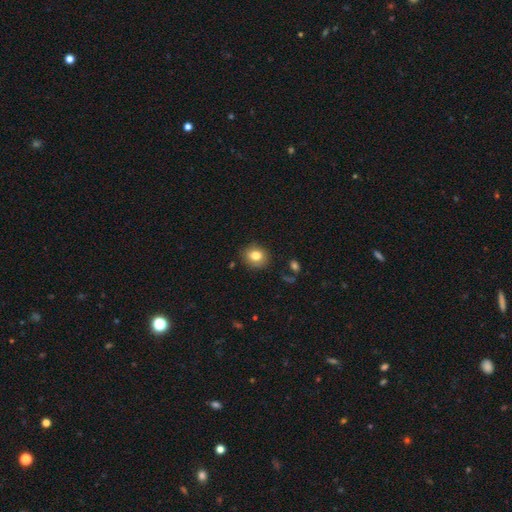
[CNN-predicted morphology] Q: Smooth or featured?
A: smooth (80%); runner-up: star or artifact (10%)
Q: How rounded?
A: round (73%); runner-up: in between (26%)
Q: Merging?
A: none (86%); runner-up: minor disturbance (10%)